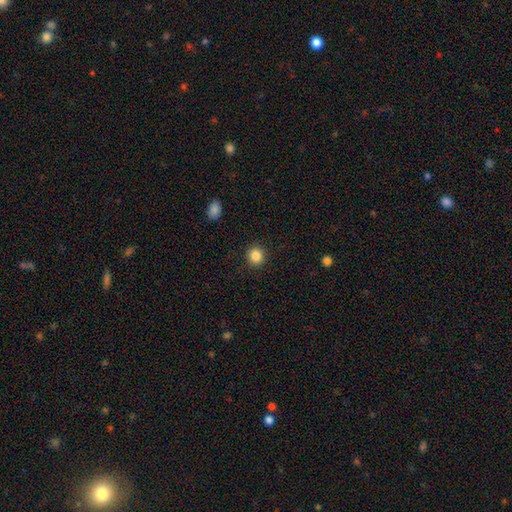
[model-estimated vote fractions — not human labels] The model was most divided on "smooth or featured": smooth: 86%, star or artifact: 10%, featured or disk: 4%. More confident: merging — none (91%); how rounded — round (87%).